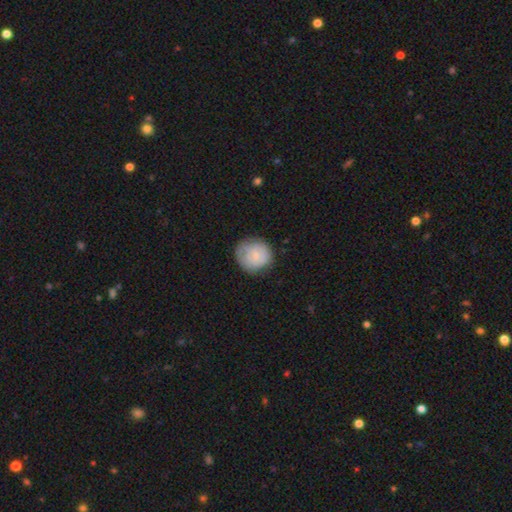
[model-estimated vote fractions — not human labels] A smooth galaxy with no disk features (66%) that is round (86%). Merging: none (66%).